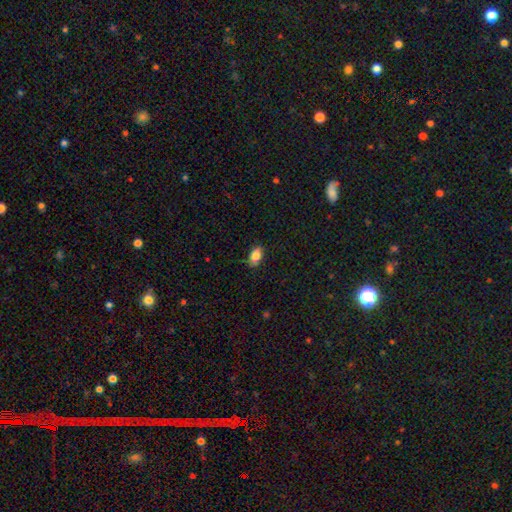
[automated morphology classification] smooth-or-featured: smooth: 85% | star or artifact: 8% | featured or disk: 7%
  how-rounded: in between: 90% | round: 7% | cigar-shaped: 4%
  merging: none: 85% | minor disturbance: 12% | major disturbance: 2% | merger: 1%